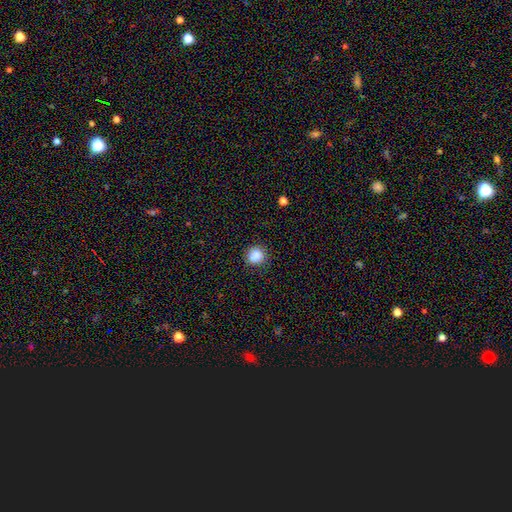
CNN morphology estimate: The model was most divided on "merging": none: 86%, minor disturbance: 10%, major disturbance: 3%, merger: 1%. More confident: how rounded — round (88%); smooth or featured — smooth (87%).